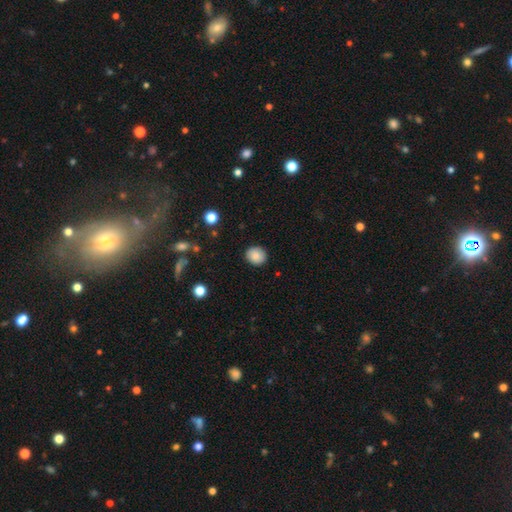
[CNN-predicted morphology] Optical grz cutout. It shows a smooth galaxy with no disk features (85%) that is round (82%). Merging: none (89%).